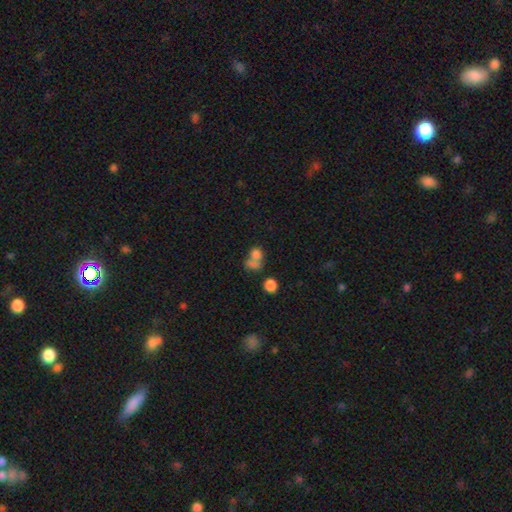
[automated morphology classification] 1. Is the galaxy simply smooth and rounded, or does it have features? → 75% smooth, 13% star or artifact, 12% featured or disk.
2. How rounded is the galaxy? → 62% round, 36% in between, 2% cigar-shaped.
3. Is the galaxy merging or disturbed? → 51% merger, 30% none, 10% major disturbance, 10% minor disturbance.